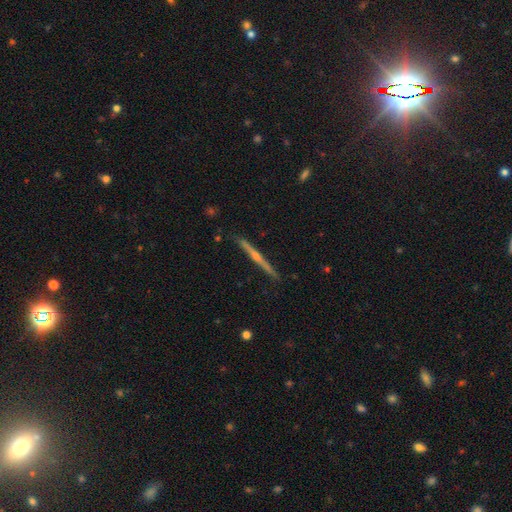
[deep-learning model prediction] smooth-or-featured: featured or disk: 78% | smooth: 16% | star or artifact: 6%
  disk-edge-on: yes: 98% | no: 2%
    edge-on-bulge: rounded: 79% | none: 18% | boxy: 4%
  merging: none: 90% | minor disturbance: 7% | merger: 1% | major disturbance: 1%